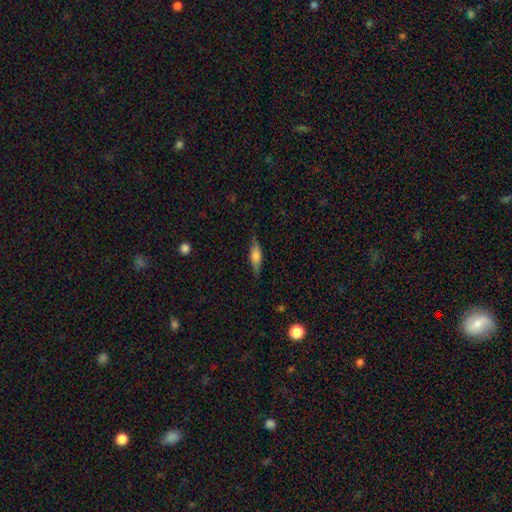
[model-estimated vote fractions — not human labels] smooth 60%, featured or disk 34%, star or artifact 7%. Down the decision tree: how rounded — cigar-shaped (51%); merging — none (80%).